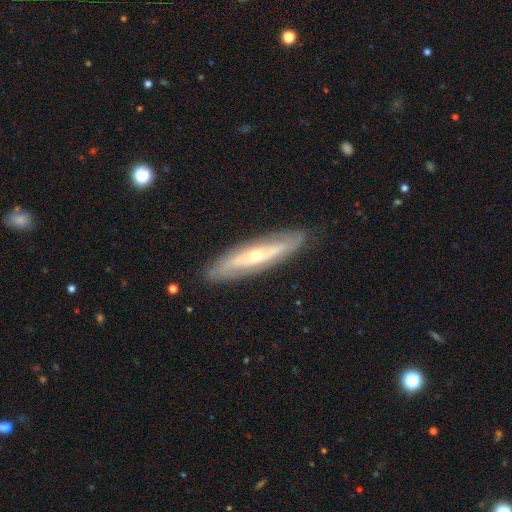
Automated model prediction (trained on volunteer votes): This appears to be a featured or disk galaxy (74%). Merging: none (85%).